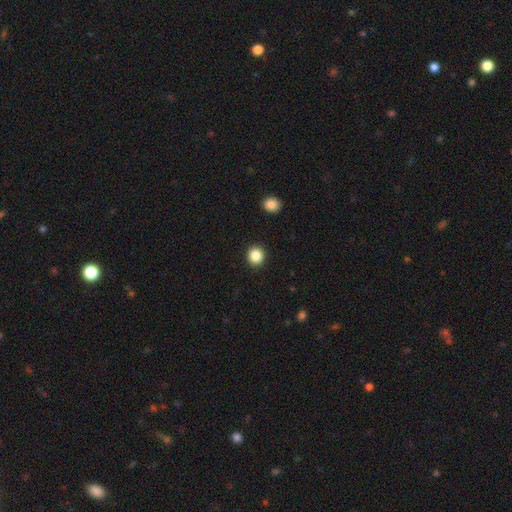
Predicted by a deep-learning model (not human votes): This is clearly a smooth galaxy (86%). How rounded: clearly round (92%). Merging: clearly none (93%).